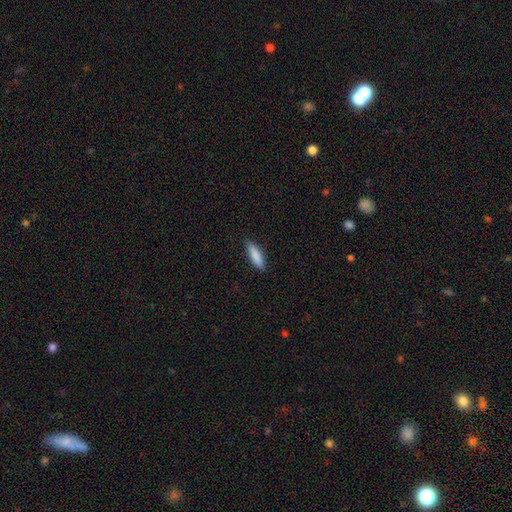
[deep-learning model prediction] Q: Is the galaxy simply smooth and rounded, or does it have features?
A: smooth — 87%.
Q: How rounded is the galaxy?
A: cigar-shaped — 64%.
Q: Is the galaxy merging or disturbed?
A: none — 88%.